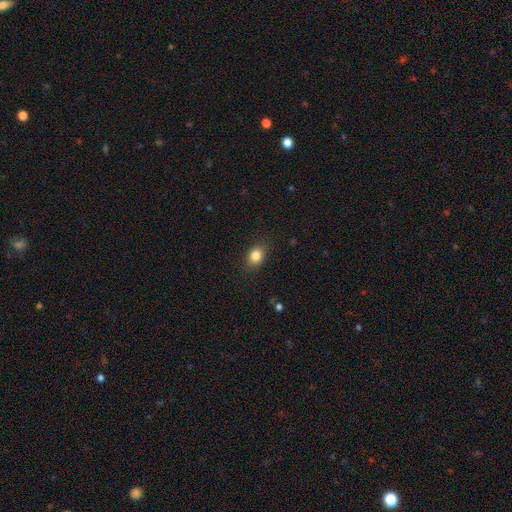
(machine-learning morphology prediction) Smooth or featured?
  - smooth: 84% *
  - star or artifact: 10%
  - featured or disk: 7%
How rounded?
  - in between: 65% *
  - round: 34%
  - cigar-shaped: 1%
Merging?
  - none: 87% *
  - minor disturbance: 10%
  - major disturbance: 3%
  - merger: 1%